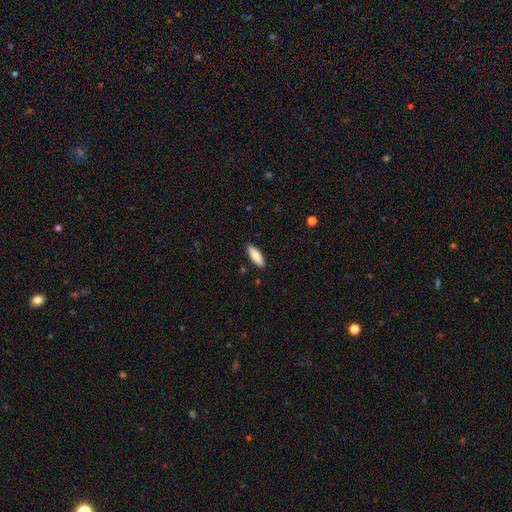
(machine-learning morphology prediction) The model was most divided on "how rounded": in between: 63%, cigar-shaped: 36%, round: 2%. More confident: merging — none (89%); smooth or featured — smooth (84%).